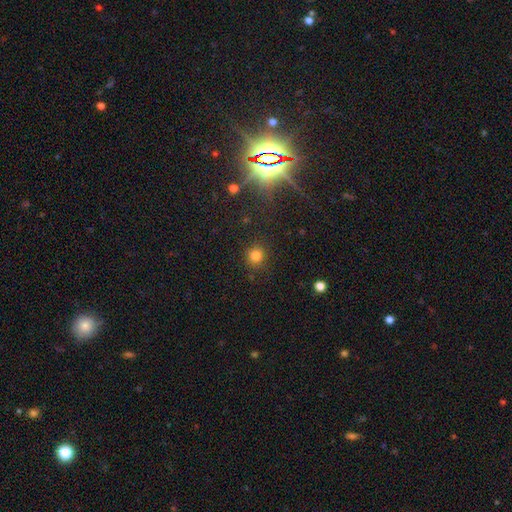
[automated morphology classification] Q: Smooth or featured?
A: smooth (80%); runner-up: star or artifact (15%)
Q: How rounded?
A: round (89%); runner-up: in between (10%)
Q: Merging?
A: none (85%); runner-up: minor disturbance (9%)